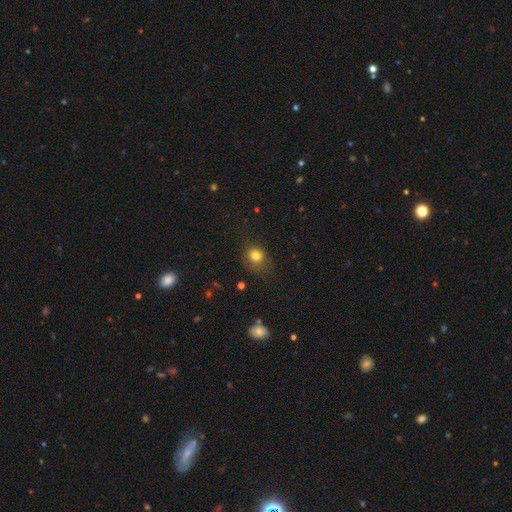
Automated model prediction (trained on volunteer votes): Overall: smooth (79%). How rounded: round (67%; in between 32%). Merging: none (67%).